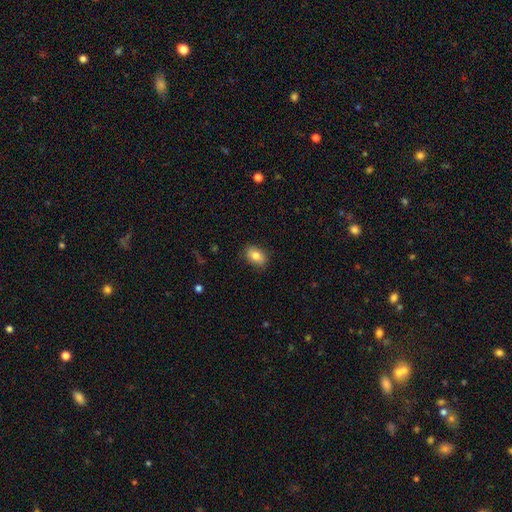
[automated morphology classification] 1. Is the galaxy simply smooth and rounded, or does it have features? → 81% smooth, 11% featured or disk, 8% star or artifact.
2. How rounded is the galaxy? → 84% in between, 14% round, 2% cigar-shaped.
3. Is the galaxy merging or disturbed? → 85% none, 12% minor disturbance, 2% major disturbance, 1% merger.